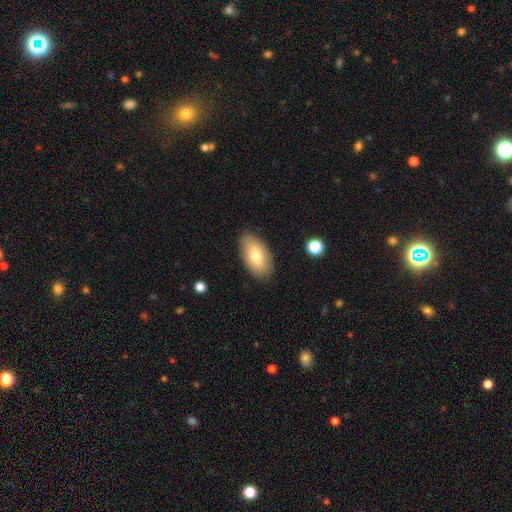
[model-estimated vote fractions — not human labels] smooth_or_featured: smooth (p=0.75) [alt: featured or disk p=0.19]
how_rounded: in between (p=0.94) [alt: cigar-shaped p=0.03]
merging: none (p=0.87) [alt: minor disturbance p=0.10]